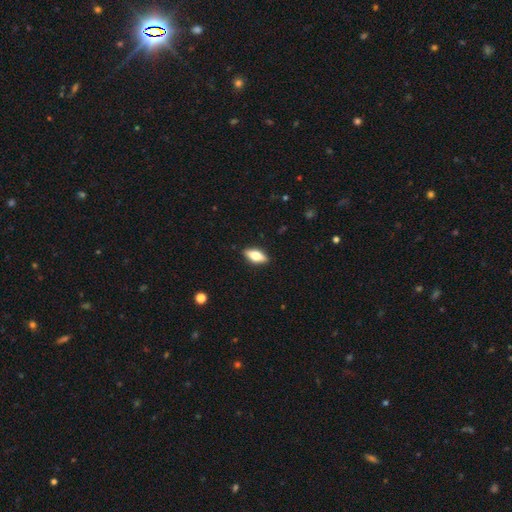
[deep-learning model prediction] A smooth galaxy with no disk features (59%) that is in between round and cigar-shaped (77%). Merging: none (89%).